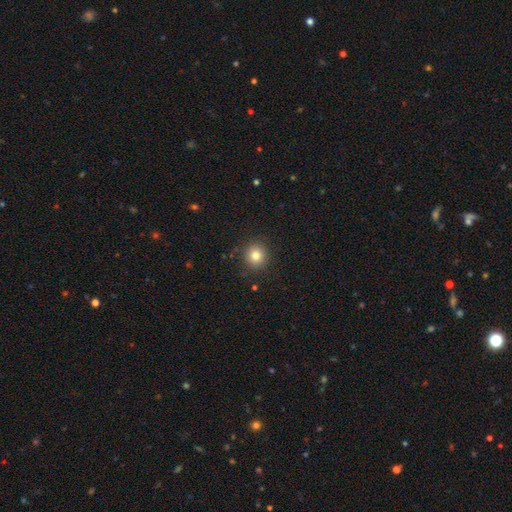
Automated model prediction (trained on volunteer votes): A smooth galaxy with no disk features (81%) that is round (89%).

Vote fractions:
- Smooth or featured? smooth: 81% / star or artifact: 12% / featured or disk: 7%
- How rounded? round: 89% / in between: 10% / cigar-shaped: 1%
- Merging? none: 89% / minor disturbance: 7% / major disturbance: 2% / merger: 1%